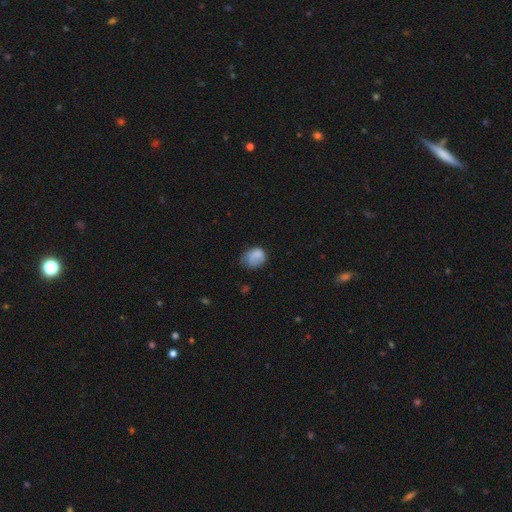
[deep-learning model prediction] Q: Smooth or featured?
A: smooth (76%); runner-up: featured or disk (15%)
Q: How rounded?
A: in between (52%); runner-up: round (47%)
Q: Merging?
A: none (41%); runner-up: minor disturbance (37%)